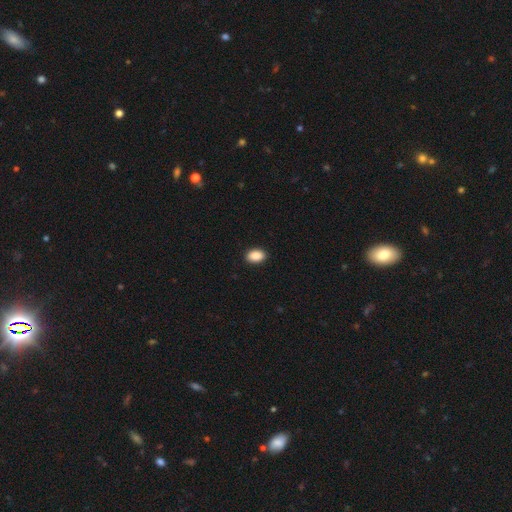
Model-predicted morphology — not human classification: Smooth or featured: smooth — 90% (star or artifact — 7%)
How rounded: in between — 85% (round — 14%)
Merging: none — 91% (minor disturbance — 7%)